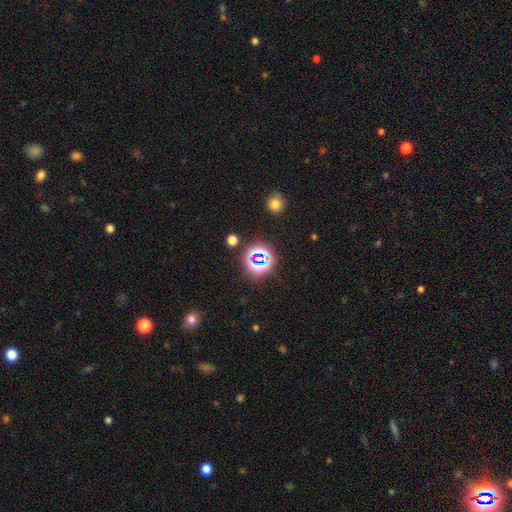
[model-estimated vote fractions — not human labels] A star or artifact, not a galaxy (68%).